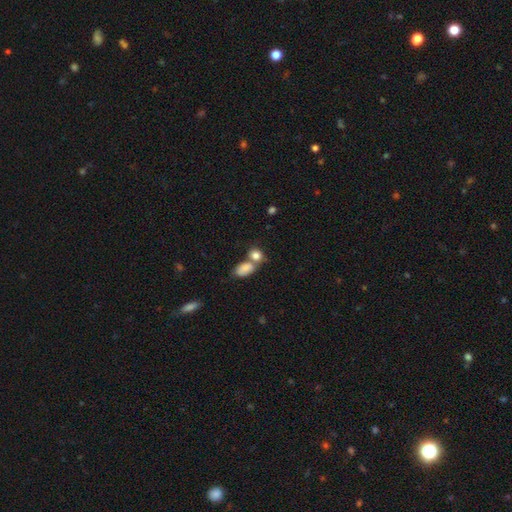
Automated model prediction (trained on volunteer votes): Morphology: type=smooth (83%); roundness=in between (54%); merging=merger (47%).